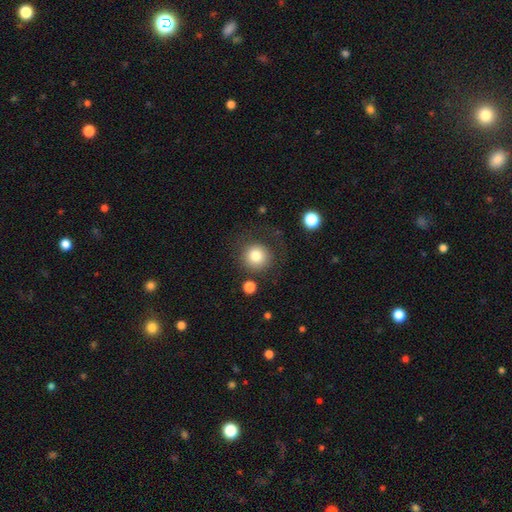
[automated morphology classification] Q: Smooth or featured?
A: smooth (81%); runner-up: star or artifact (10%)
Q: How rounded?
A: round (94%); runner-up: in between (5%)
Q: Merging?
A: none (75%); runner-up: minor disturbance (12%)